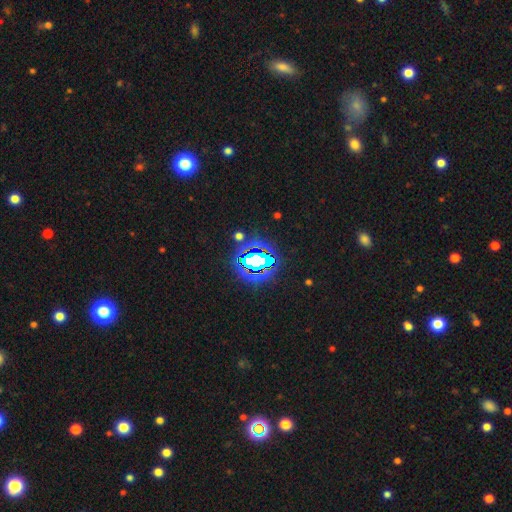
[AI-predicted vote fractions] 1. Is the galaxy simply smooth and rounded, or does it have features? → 65% star or artifact, 19% smooth, 15% featured or disk.